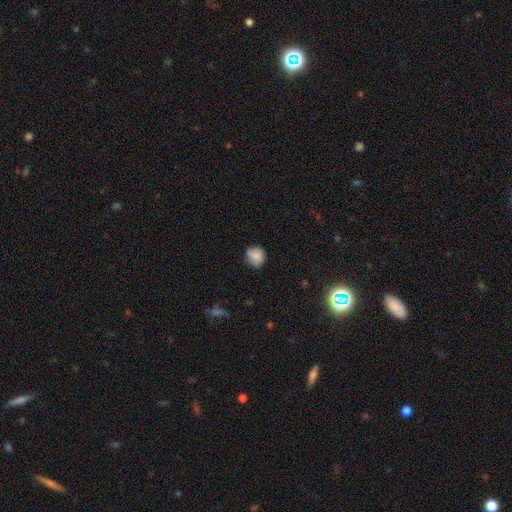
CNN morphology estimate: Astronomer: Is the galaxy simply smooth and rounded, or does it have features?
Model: smooth — 75%.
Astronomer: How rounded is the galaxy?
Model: round — 72%.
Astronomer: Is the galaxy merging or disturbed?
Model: none — 62%.